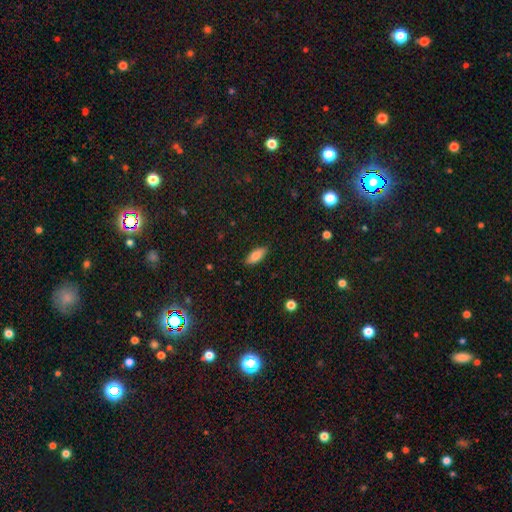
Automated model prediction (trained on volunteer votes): This appears to be a smooth galaxy with no disk features (84%) that is in between round and cigar-shaped (83%). Merging: none (87%).